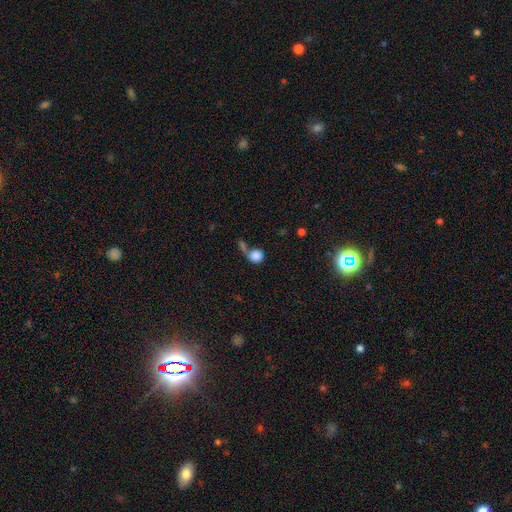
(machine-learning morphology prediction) Smooth or featured?
  - smooth: 83% *
  - star or artifact: 9%
  - featured or disk: 8%
How rounded?
  - round: 83% *
  - in between: 16%
  - cigar-shaped: 1%
Merging?
  - merger: 38% *
  - none: 36%
  - major disturbance: 13%
  - minor disturbance: 13%